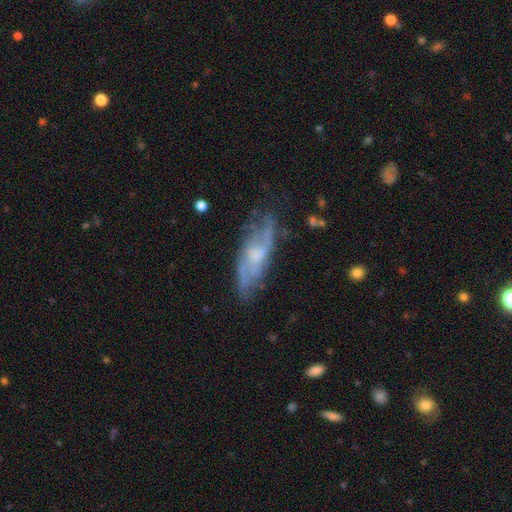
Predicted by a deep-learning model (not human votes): Smooth or featured: featured or disk — 72% (smooth — 21%)
Edge-on disk: no — 76% (yes — 24%)
Bar: no — 58% (weak — 35%)
Spiral arms: yes — 82% (no — 18%)
Bulge size: moderate — 44% (small — 32%)
Merging: none — 66% (minor disturbance — 22%)